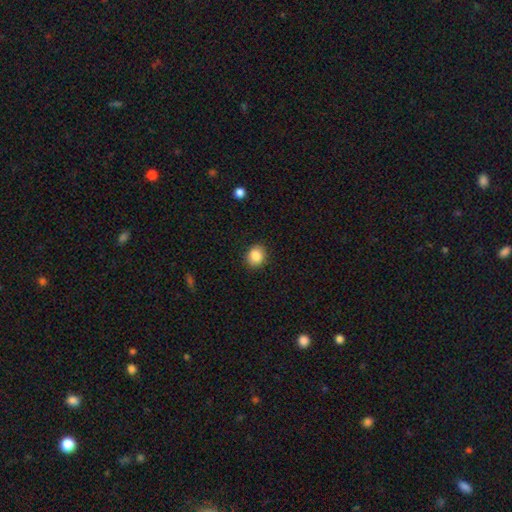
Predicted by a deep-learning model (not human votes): Overall: smooth (87%). How rounded: round (71%). Merging: none (88%).